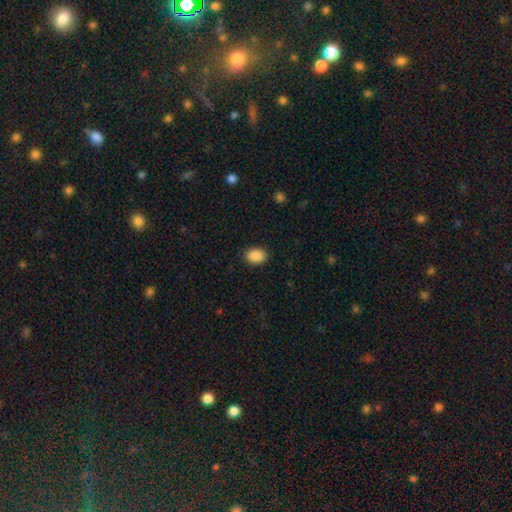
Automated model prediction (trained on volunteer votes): Smooth or featured? Predicted: smooth (p=0.90). How rounded? Predicted: in between (p=0.82). Merging? Predicted: none (p=0.88).